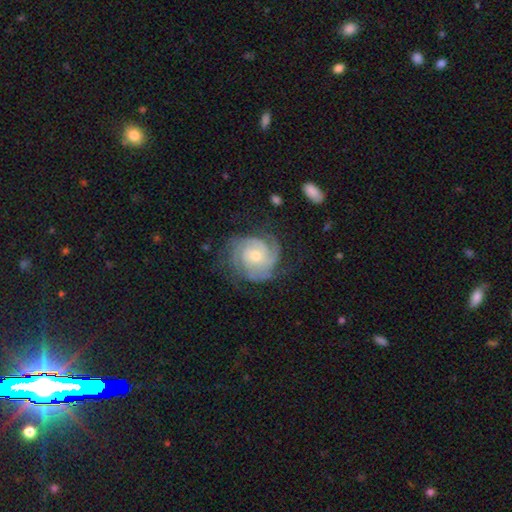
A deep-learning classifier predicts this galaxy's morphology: Q: Smooth or featured?
A: featured or disk (87%); runner-up: smooth (7%)
Q: Edge-on disk?
A: no (98%); runner-up: yes (2%)
Q: Bar?
A: no (73%); runner-up: weak (22%)
Q: Spiral arms?
A: yes (97%); runner-up: no (3%)
Q: Spiral winding?
A: tight (72%); runner-up: medium (23%)
Q: Spiral arm count?
A: 3 (37%); runner-up: can't tell (20%)
Q: Bulge size?
A: small (49%); runner-up: moderate (48%)
Q: Merging?
A: none (72%); runner-up: minor disturbance (19%)